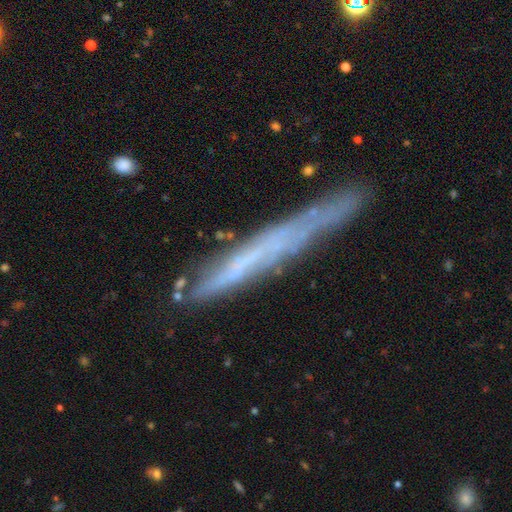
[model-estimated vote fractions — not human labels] Morphology: type=featured or disk (55%); edge-on=yes (85%); merging=none (72%).